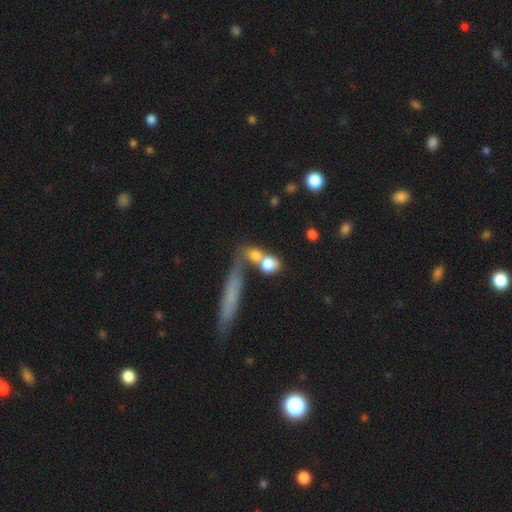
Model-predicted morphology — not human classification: A smooth galaxy with no disk features (71%) that is round (46%).

Vote fractions:
- Smooth or featured? smooth: 71% / featured or disk: 18% / star or artifact: 11%
- How rounded? round: 46% / in between: 41% / cigar-shaped: 13%
- Merging? merger: 51% / none: 31% / minor disturbance: 9% / major disturbance: 9%